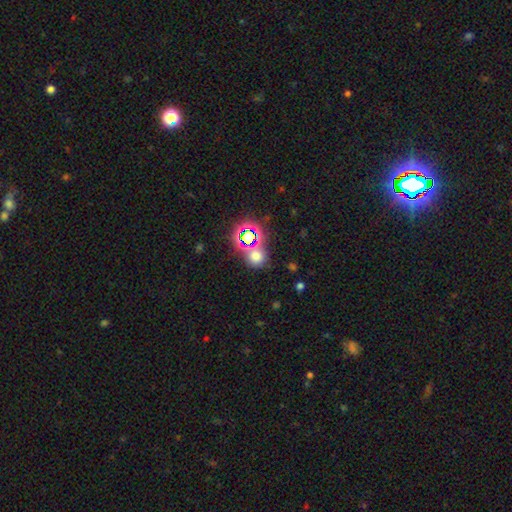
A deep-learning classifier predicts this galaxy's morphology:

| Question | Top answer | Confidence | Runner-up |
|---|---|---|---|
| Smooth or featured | smooth | 54% | star or artifact (38%) |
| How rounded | round | 80% | in between (19%) |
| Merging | none | 67% | merger (16%) |